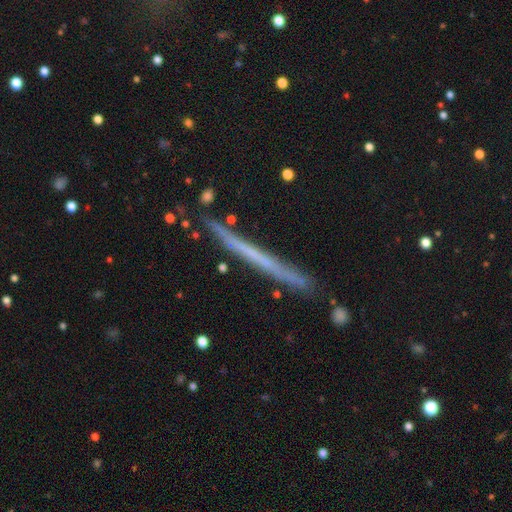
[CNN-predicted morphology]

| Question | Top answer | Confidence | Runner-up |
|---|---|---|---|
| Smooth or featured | featured or disk | 54% | smooth (38%) |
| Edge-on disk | yes | 97% | no (3%) |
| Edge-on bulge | none | 92% | rounded (5%) |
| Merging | none | 86% | minor disturbance (10%) |